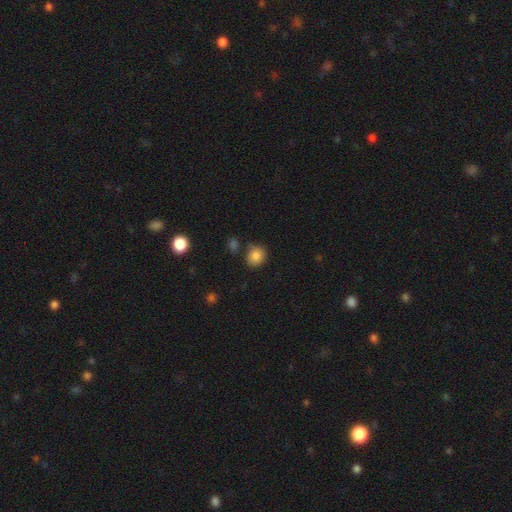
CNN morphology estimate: type=smooth (85%); roundness=round (75%); merging=none (75%).